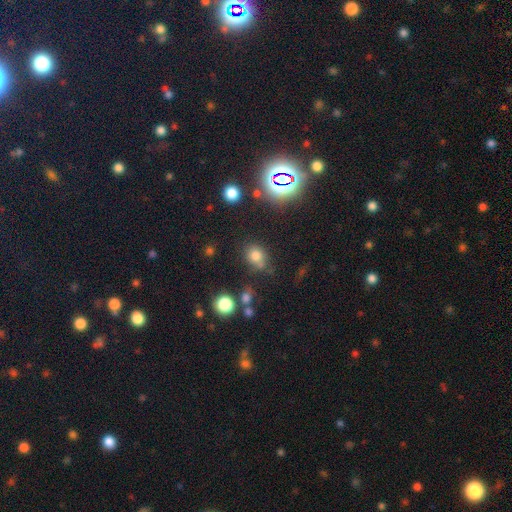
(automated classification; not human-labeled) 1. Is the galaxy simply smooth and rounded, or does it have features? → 72% smooth, 19% star or artifact, 9% featured or disk.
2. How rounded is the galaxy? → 61% round, 38% in between, 1% cigar-shaped.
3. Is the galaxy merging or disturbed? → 65% none, 17% minor disturbance, 12% merger, 6% major disturbance.